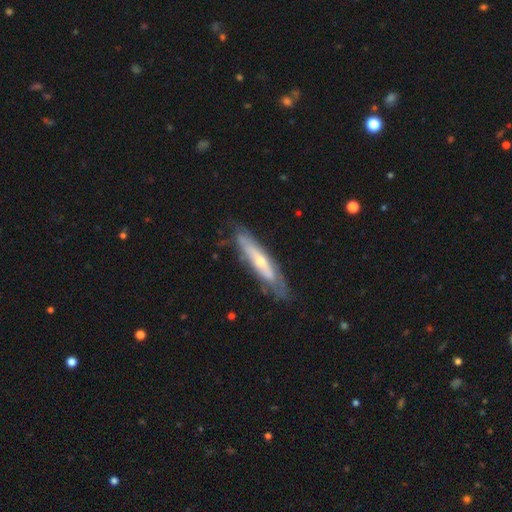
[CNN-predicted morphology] A featured or disk galaxy (70%) viewed edge-on (56%). Merging: none (78%).